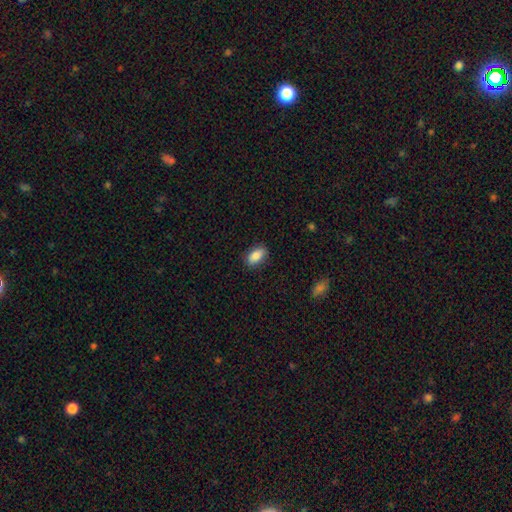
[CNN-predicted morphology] Smooth or featured? Predicted: smooth (p=0.86). How rounded? Predicted: in between (p=0.90). Merging? Predicted: none (p=0.86).